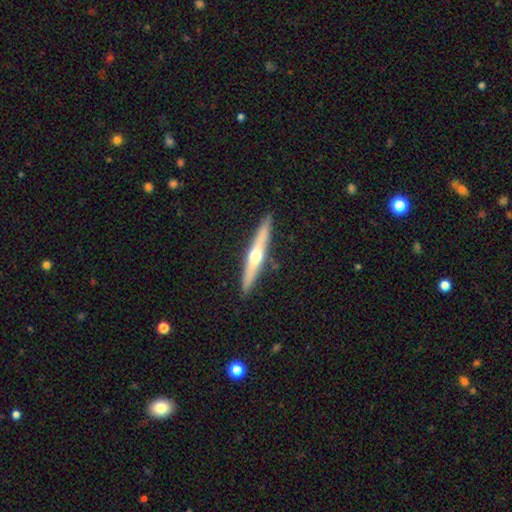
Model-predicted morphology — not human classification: Smooth or featured?
  - featured or disk: 67% *
  - smooth: 27%
  - star or artifact: 6%
Edge-on disk?
  - yes: 97% *
  - no: 3%
Edge-on bulge?
  - rounded: 93% *
  - none: 5%
  - boxy: 2%
Merging?
  - none: 91% *
  - minor disturbance: 6%
  - major disturbance: 1%
  - merger: 1%